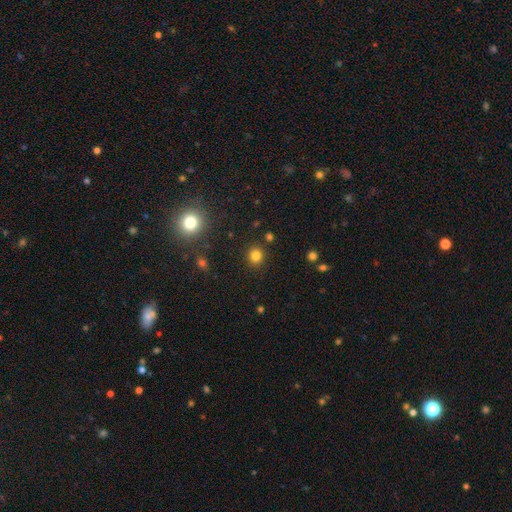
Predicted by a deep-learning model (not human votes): A smooth galaxy with no disk features (82%) that is round (84%).

Vote fractions:
- Smooth or featured? smooth: 82% / star or artifact: 13% / featured or disk: 5%
- How rounded? round: 84% / in between: 15% / cigar-shaped: 1%
- Merging? none: 88% / minor disturbance: 7% / major disturbance: 3% / merger: 2%